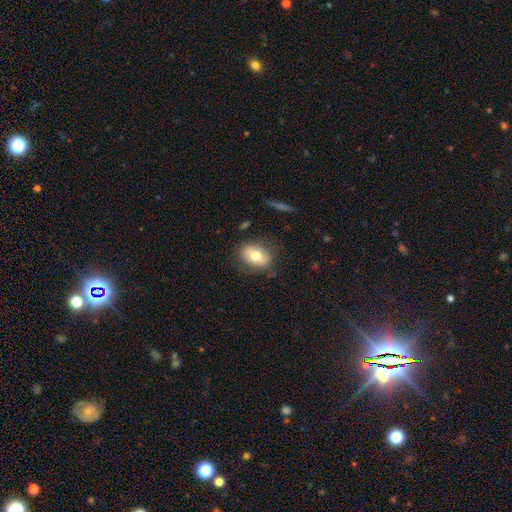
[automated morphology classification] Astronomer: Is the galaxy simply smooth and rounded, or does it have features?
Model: smooth — 68%.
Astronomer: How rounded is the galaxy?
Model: in between — 77%.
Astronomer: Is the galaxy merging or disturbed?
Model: none — 77%.